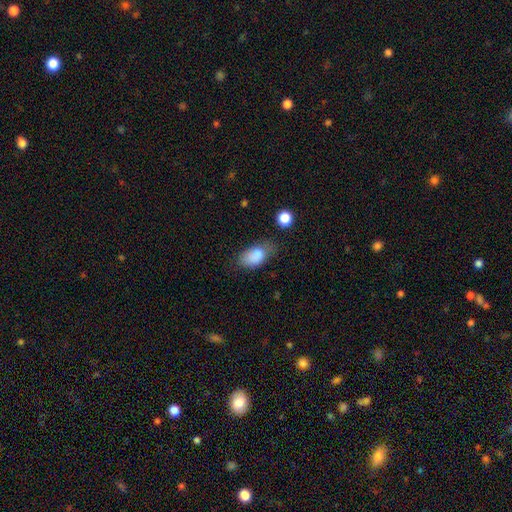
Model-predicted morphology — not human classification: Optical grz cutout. It shows a smooth galaxy with no disk features (83%) that is in between round and cigar-shaped (90%). Merging: none (46%).